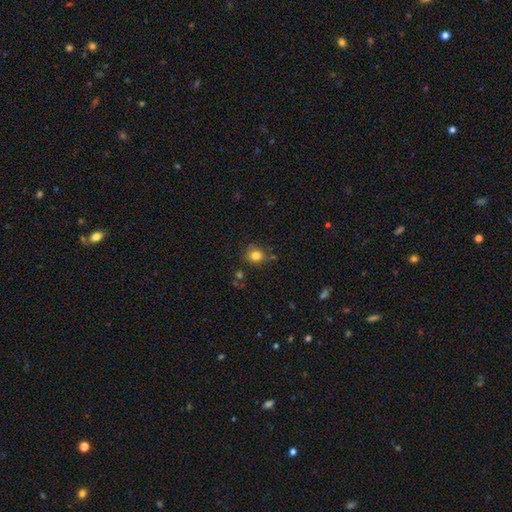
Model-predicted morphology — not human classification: This is clearly a smooth galaxy (81%). How rounded: likely round (78%). Merging: likely none (75%).